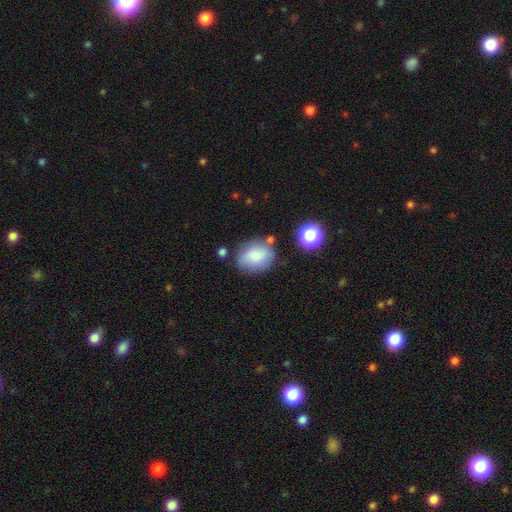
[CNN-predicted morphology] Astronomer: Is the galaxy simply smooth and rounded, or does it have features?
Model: smooth — 80%.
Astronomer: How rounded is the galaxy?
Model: in between — 53% (runner-up: round, 46%).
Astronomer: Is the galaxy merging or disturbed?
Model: none — 69%.